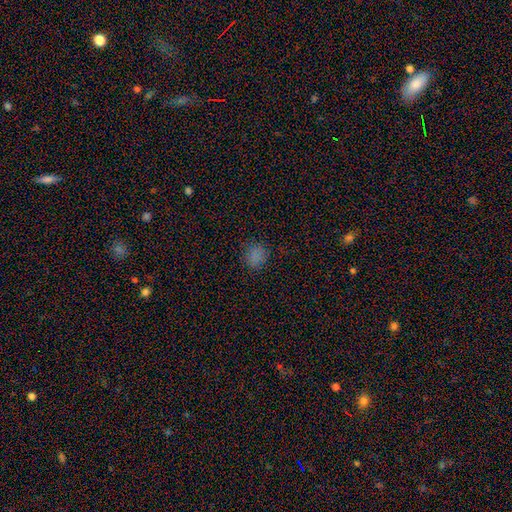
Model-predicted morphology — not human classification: This is likely a smooth galaxy (74%). How rounded: clearly round (81%). Merging: clearly none (84%).